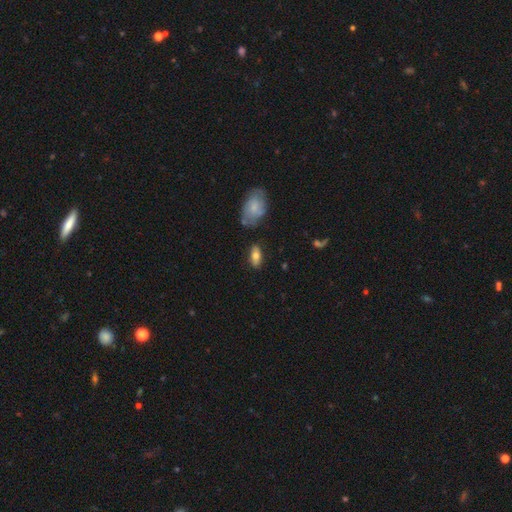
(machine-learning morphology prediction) This appears to be a smooth galaxy with no disk features (68%) that is in between round and cigar-shaped (83%). Merging: none (79%).